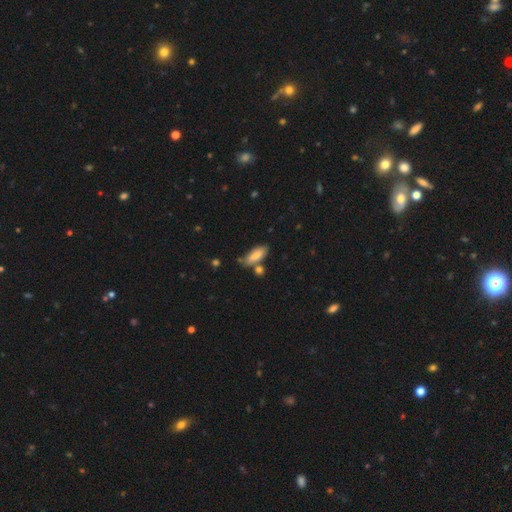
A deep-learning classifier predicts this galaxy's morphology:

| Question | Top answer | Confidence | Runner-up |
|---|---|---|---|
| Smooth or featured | smooth | 80% | featured or disk (13%) |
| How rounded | in between | 64% | cigar-shaped (34%) |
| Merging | none | 63% | minor disturbance (18%) |